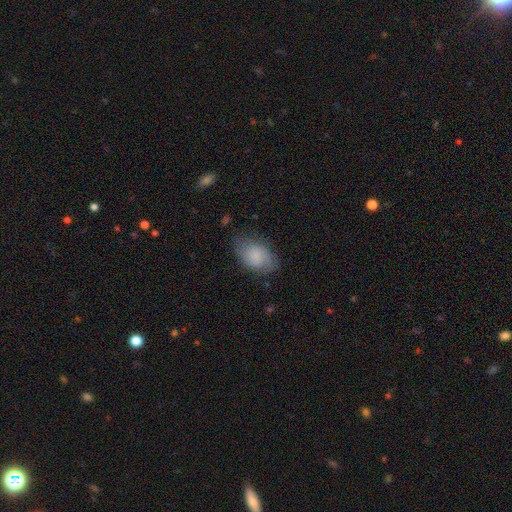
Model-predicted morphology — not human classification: smooth 65%, featured or disk 27%, star or artifact 8%. Down the decision tree: how rounded — in between (86%); merging — none (65%).